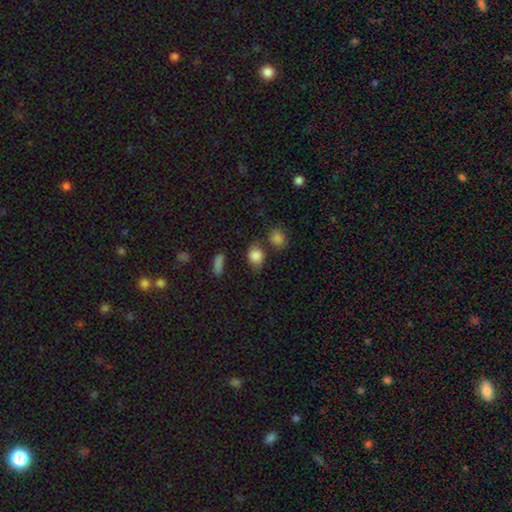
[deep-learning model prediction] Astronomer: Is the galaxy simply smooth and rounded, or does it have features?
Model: smooth — 84%.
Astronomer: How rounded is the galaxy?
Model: round — 53% (runner-up: in between, 45%).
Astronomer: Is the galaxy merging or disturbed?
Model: none — 63%.